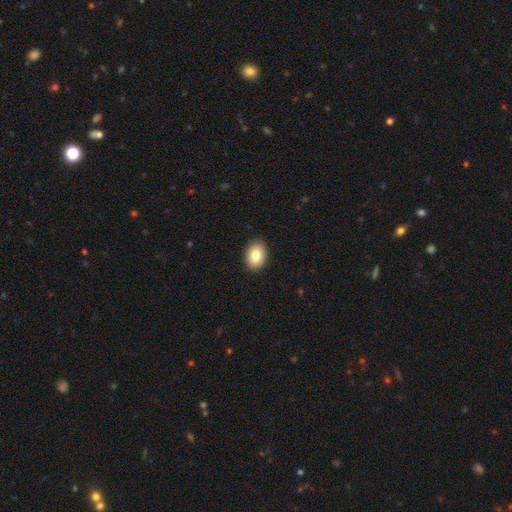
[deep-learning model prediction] smooth 84%, featured or disk 9%, star or artifact 8%. Down the decision tree: how rounded — in between (77%); merging — none (91%).